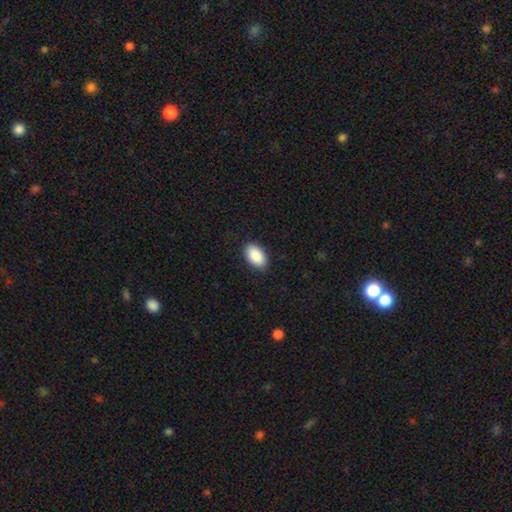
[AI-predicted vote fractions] Smooth or featured? smooth (90%)
How rounded? in between (94%)
Merging? none (88%)